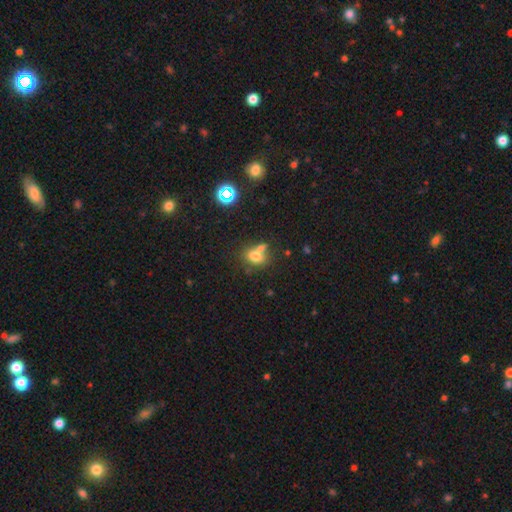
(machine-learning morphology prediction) This is likely a smooth galaxy (72%). How rounded: likely in between (63%). Merging: marginally none (41%, tied with merger).